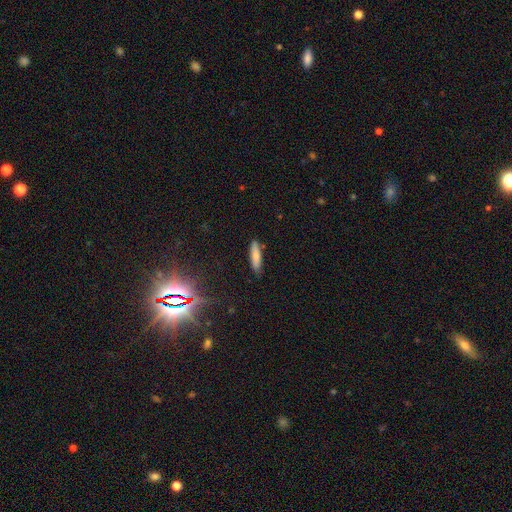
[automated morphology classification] Smooth or featured?
  - smooth: 76% *
  - featured or disk: 15%
  - star or artifact: 9%
How rounded?
  - cigar-shaped: 71% *
  - in between: 28%
  - round: 2%
Merging?
  - none: 84% *
  - minor disturbance: 12%
  - major disturbance: 2%
  - merger: 2%